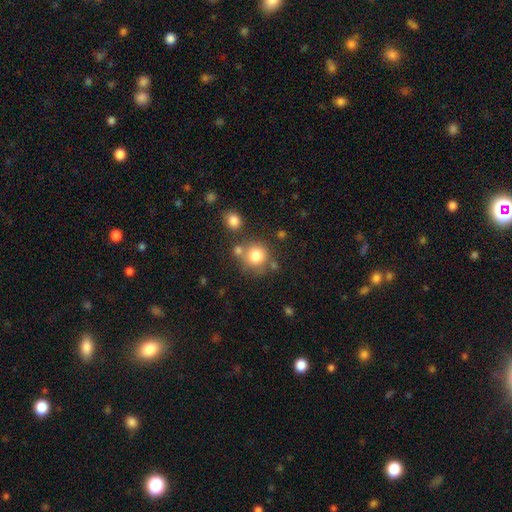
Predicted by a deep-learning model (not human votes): Smooth or featured? smooth (79%)
How rounded? round (89%)
Merging? none (65%)